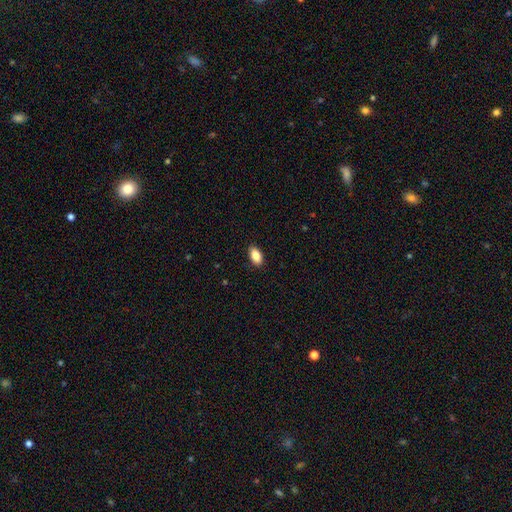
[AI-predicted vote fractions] This is clearly a smooth galaxy (87%). How rounded: clearly in between (92%). Merging: clearly none (89%).